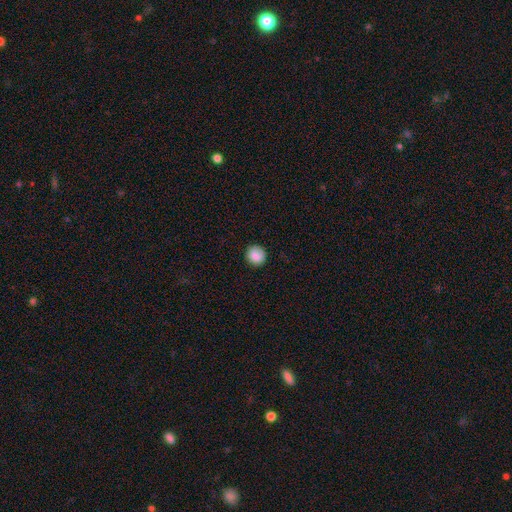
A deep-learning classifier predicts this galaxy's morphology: Smooth or featured?
  - smooth: 86% *
  - star or artifact: 9%
  - featured or disk: 5%
How rounded?
  - round: 88% *
  - in between: 11%
  - cigar-shaped: 1%
Merging?
  - none: 87% *
  - minor disturbance: 10%
  - major disturbance: 2%
  - merger: 1%